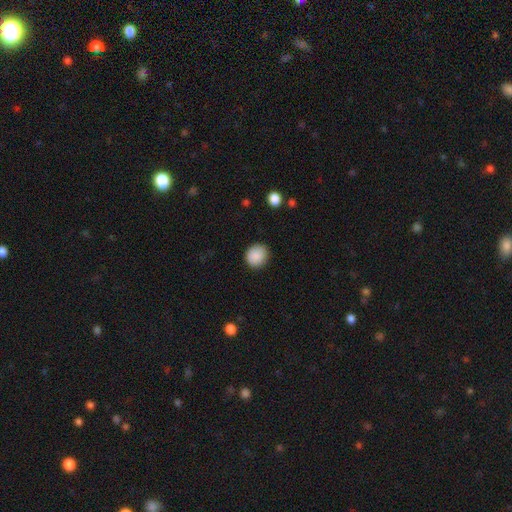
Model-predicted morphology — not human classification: type=smooth (88%); roundness=round (80%); merging=none (85%).